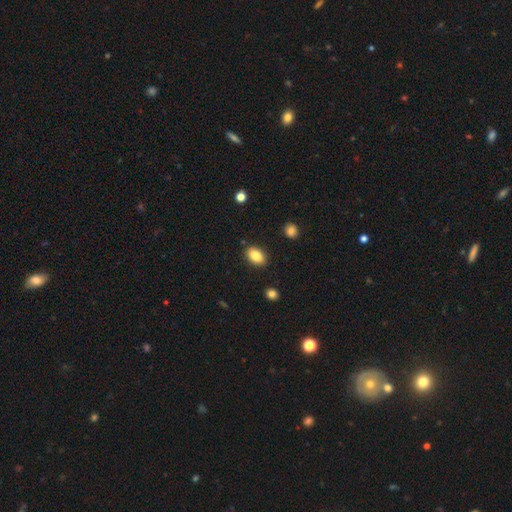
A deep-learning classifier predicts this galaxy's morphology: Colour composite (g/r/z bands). It shows a smooth galaxy with no disk features (86%) that is in between round and cigar-shaped (87%). Merging: none (87%).